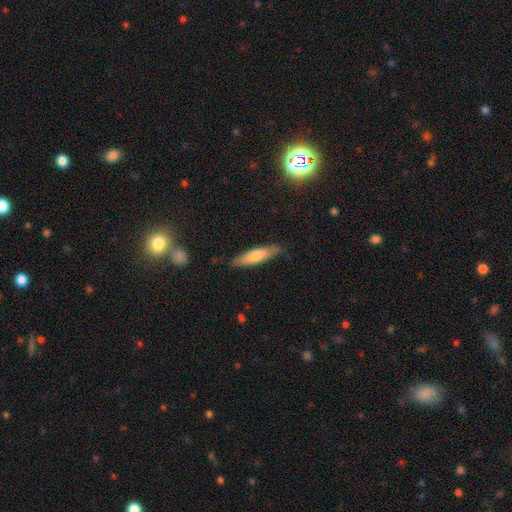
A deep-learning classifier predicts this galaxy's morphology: Smooth or featured: smooth — 73% (featured or disk — 21%)
How rounded: cigar-shaped — 73% (in between — 25%)
Merging: none — 83% (minor disturbance — 13%)